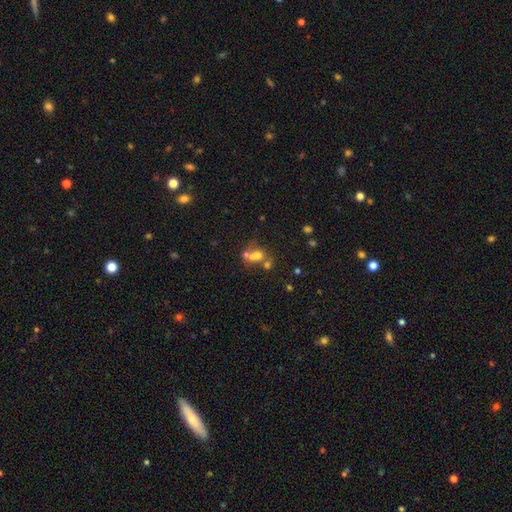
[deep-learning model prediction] This is possibly a smooth galaxy (55%). How rounded: likely round (70%). Merging: possibly merger (54%).